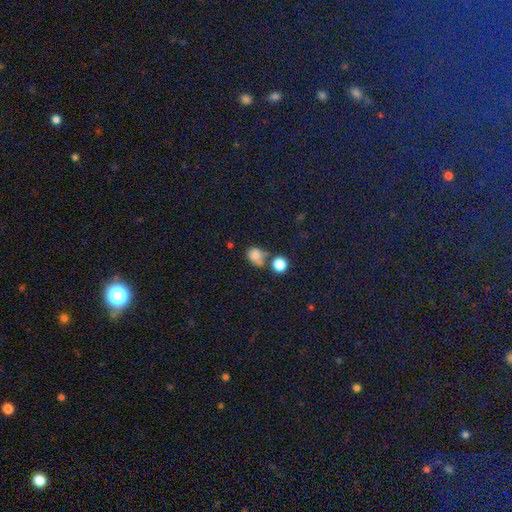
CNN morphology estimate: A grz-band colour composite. It shows a smooth galaxy with no disk features (77%) that is round (57%). Merging: none (39%).